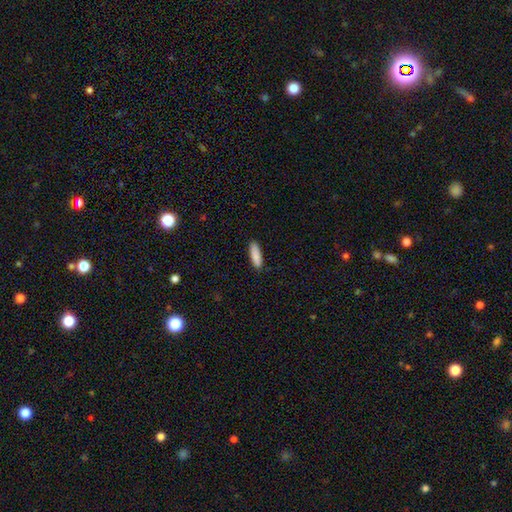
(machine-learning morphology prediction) Smooth or featured? Predicted: smooth (p=0.89). How rounded? Predicted: cigar-shaped (p=0.55). Merging? Predicted: none (p=0.89).